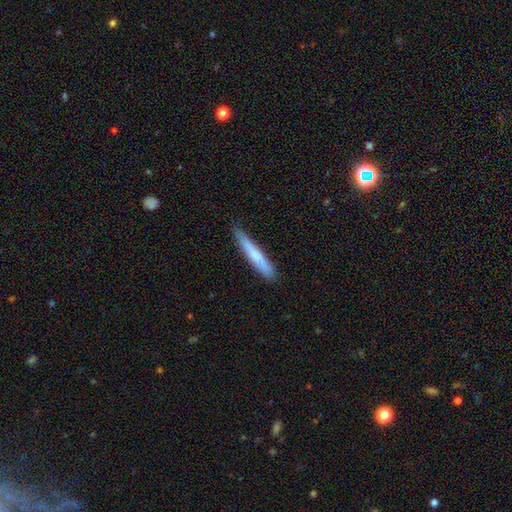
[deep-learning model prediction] A smooth galaxy with no disk features (71%) that is cigar-shaped (95%). Merging: none (82%).